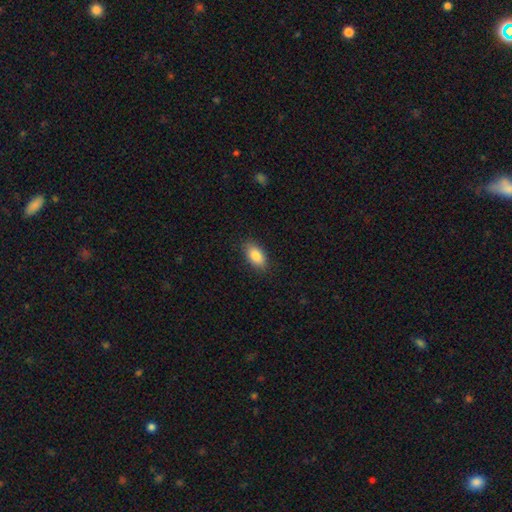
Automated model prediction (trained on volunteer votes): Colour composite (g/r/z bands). It shows a smooth galaxy with no disk features (86%) that is in between round and cigar-shaped (92%). Merging: none (87%).